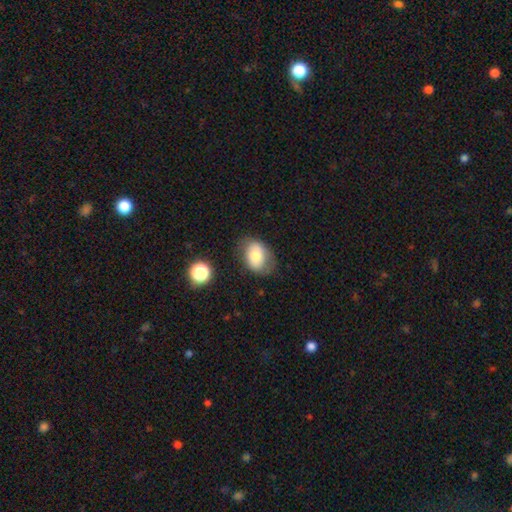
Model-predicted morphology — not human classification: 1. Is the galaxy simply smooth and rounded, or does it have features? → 72% smooth, 20% featured or disk, 9% star or artifact.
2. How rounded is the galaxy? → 75% in between, 23% round, 1% cigar-shaped.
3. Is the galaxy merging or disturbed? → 66% none, 23% minor disturbance, 8% major disturbance, 2% merger.